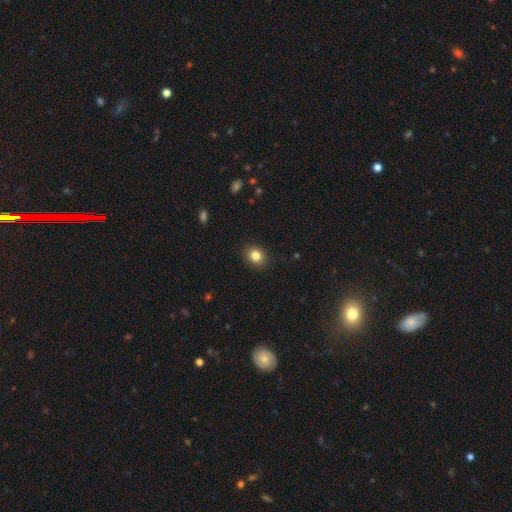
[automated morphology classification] Smooth or featured?
  - smooth: 84% *
  - star or artifact: 11%
  - featured or disk: 5%
How rounded?
  - round: 61% *
  - in between: 38%
  - cigar-shaped: 1%
Merging?
  - none: 89% *
  - minor disturbance: 8%
  - major disturbance: 2%
  - merger: 1%